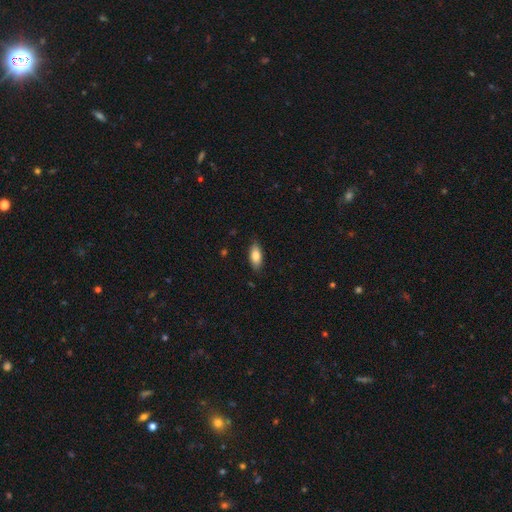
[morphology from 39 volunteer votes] type=smooth (79%); roundness=in between (87%); merging=none (81%).